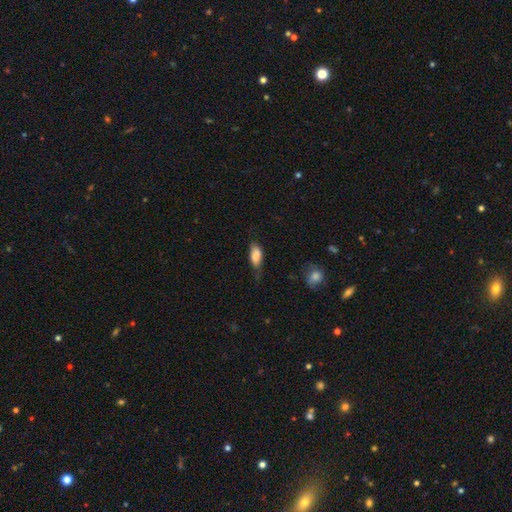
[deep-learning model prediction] Smooth or featured: smooth — 83% (featured or disk — 10%)
How rounded: in between — 86% (cigar-shaped — 11%)
Merging: none — 43% (minor disturbance — 39%)